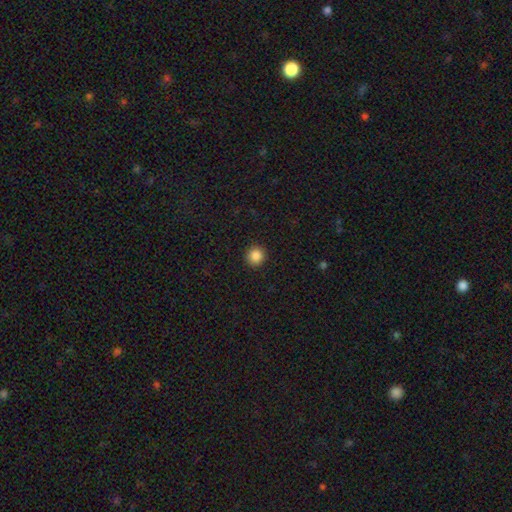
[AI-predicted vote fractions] Smooth or featured?
  - smooth: 87% *
  - star or artifact: 10%
  - featured or disk: 3%
How rounded?
  - round: 93% *
  - in between: 6%
  - cigar-shaped: 1%
Merging?
  - none: 93% *
  - minor disturbance: 5%
  - major disturbance: 2%
  - merger: 1%